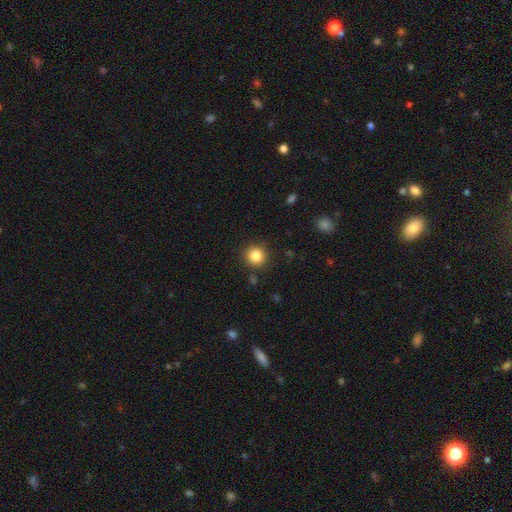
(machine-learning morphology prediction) smooth 84%, star or artifact 11%, featured or disk 5%. Down the decision tree: how rounded — round (92%); merging — none (88%).